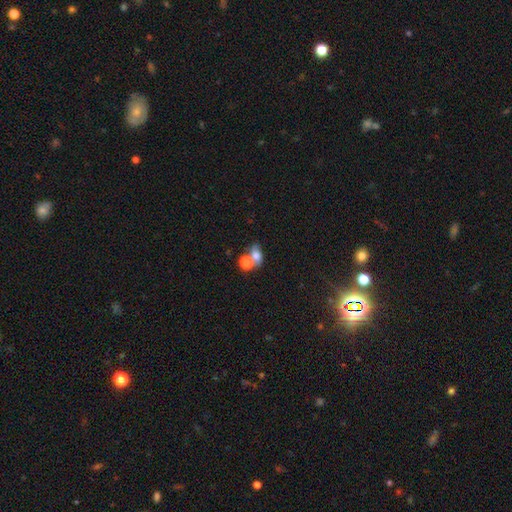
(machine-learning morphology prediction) Overall: smooth (67%). How rounded: in between (62%; round 35%). Merging: merger (49%; none 33%).